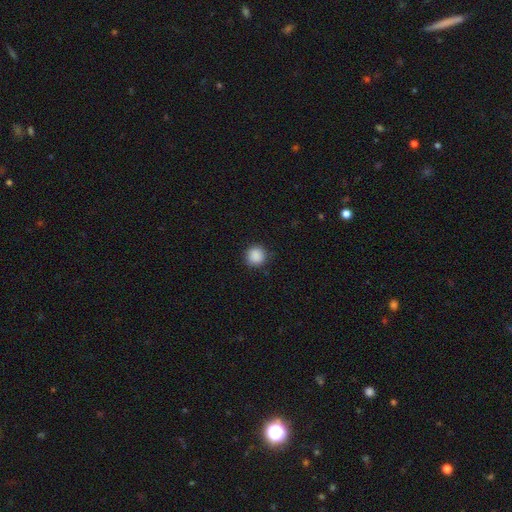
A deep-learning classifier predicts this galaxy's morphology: This is clearly a smooth galaxy (89%). How rounded: clearly round (93%). Merging: clearly none (89%).